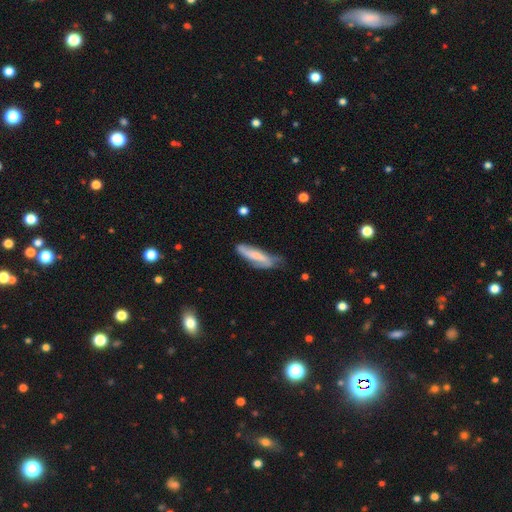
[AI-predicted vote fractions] Morphology: type=smooth (52%); roundness=cigar-shaped (66%); merging=none (46%).